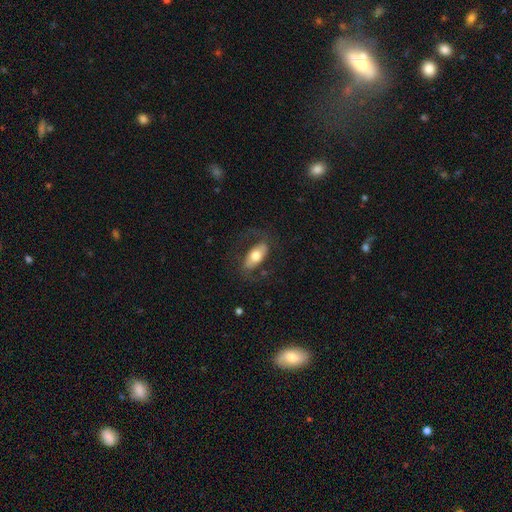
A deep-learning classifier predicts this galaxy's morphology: A smooth galaxy with no disk features (49%). Merging: none (70%).